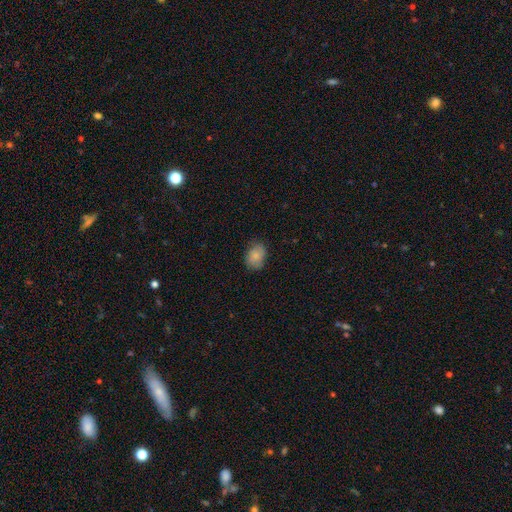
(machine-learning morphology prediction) smooth-or-featured: smooth: 83% | featured or disk: 9% | star or artifact: 8%
  how-rounded: in between: 73% | round: 26% | cigar-shaped: 1%
  merging: none: 75% | minor disturbance: 20% | major disturbance: 4% | merger: 1%